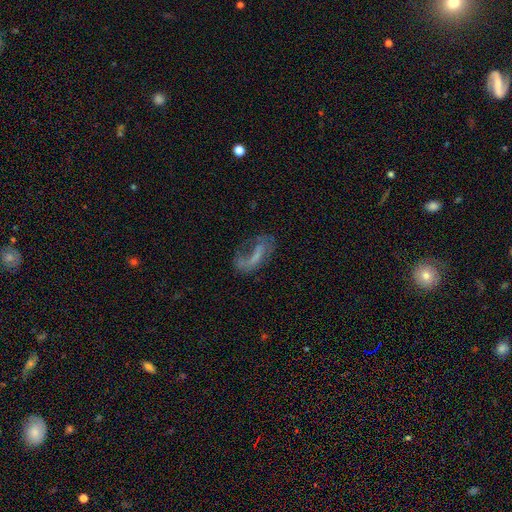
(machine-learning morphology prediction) Smooth or featured? featured or disk (56%)
Edge-on disk? no (93%)
Bar? no (46%)
Spiral arms? yes (56%)
Bulge size? none (59%)
Merging? major disturbance (39%)